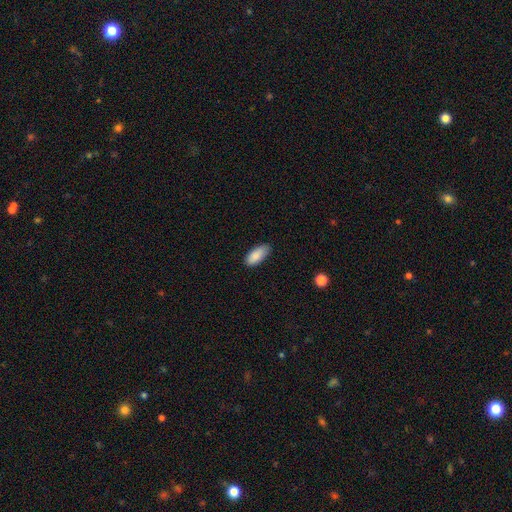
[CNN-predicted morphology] A smooth galaxy with no disk features (88%) that is in between round and cigar-shaped (89%).

Vote fractions:
- Smooth or featured? smooth: 88% / star or artifact: 7% / featured or disk: 6%
- How rounded? in between: 89% / cigar-shaped: 9% / round: 2%
- Merging? none: 76% / minor disturbance: 20% / major disturbance: 3% / merger: 1%